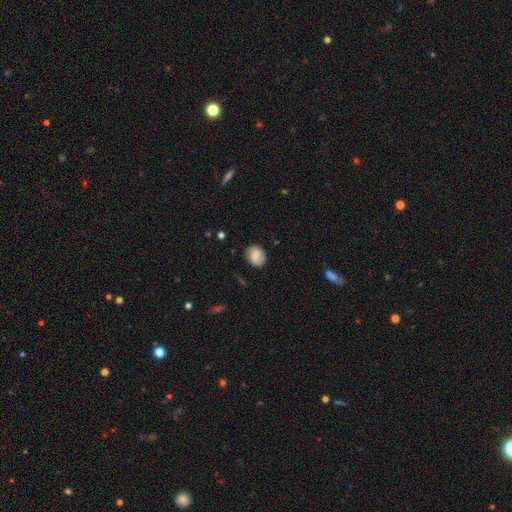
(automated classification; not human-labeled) smooth_or_featured: smooth (p=0.63) [alt: featured or disk p=0.29]
how_rounded: round (p=0.59) [alt: in between p=0.40]
merging: none (p=0.82) [alt: minor disturbance p=0.13]